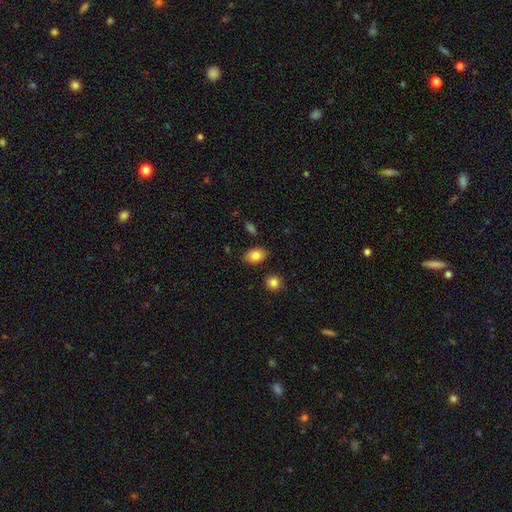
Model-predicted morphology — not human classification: type=smooth (84%); roundness=in between (79%); merging=none (85%).